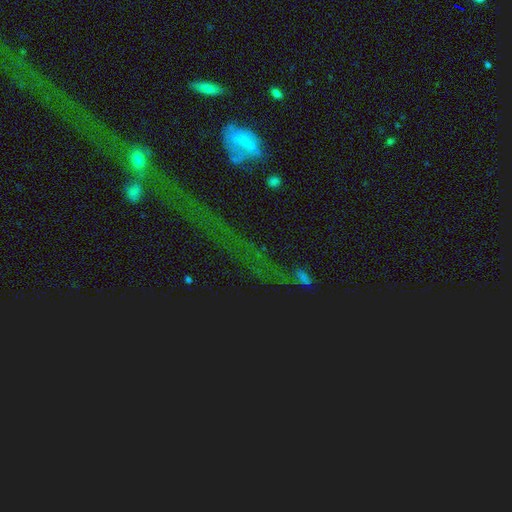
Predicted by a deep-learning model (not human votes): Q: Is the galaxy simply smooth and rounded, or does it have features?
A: star or artifact — 80%.